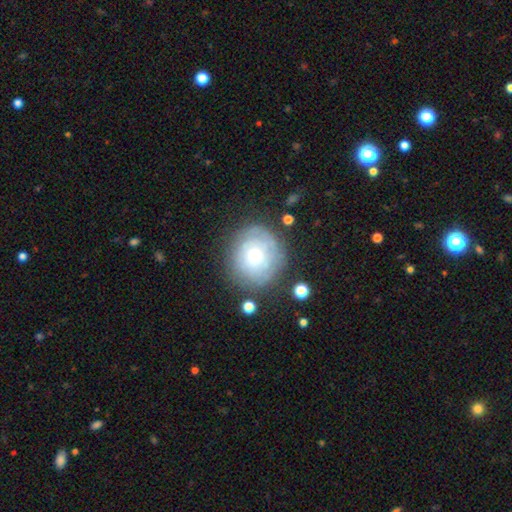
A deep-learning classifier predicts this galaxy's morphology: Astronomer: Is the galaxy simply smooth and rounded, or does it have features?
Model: featured or disk — 46% (runner-up: smooth, 43%).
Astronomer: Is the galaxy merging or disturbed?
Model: none — 77%.